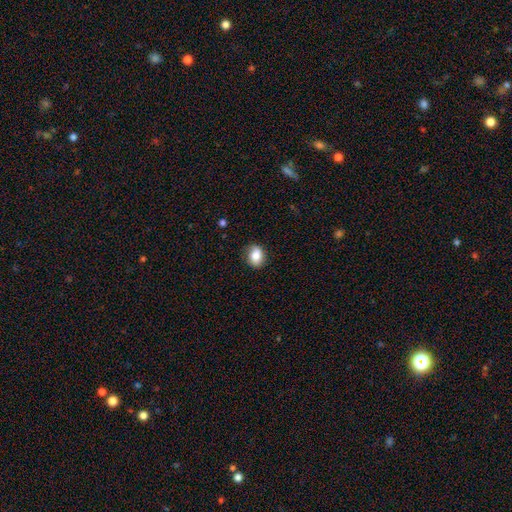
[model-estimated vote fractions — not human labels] Morphology: type=smooth (79%); roundness=in between (53%); merging=none (79%).